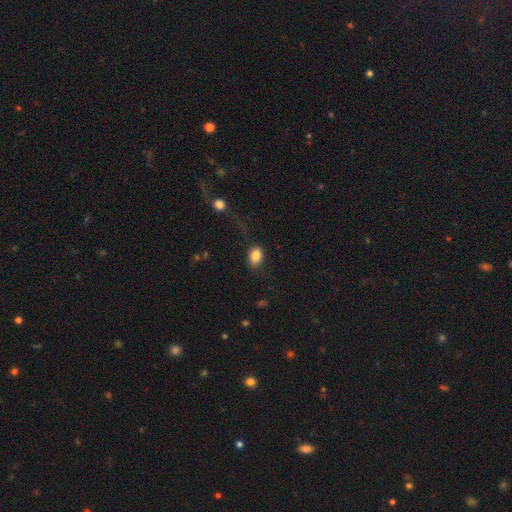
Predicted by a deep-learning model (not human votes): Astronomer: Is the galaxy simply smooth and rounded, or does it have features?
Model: smooth — 85%.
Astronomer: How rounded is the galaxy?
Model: in between — 75%.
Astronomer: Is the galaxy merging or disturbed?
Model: none — 74%.